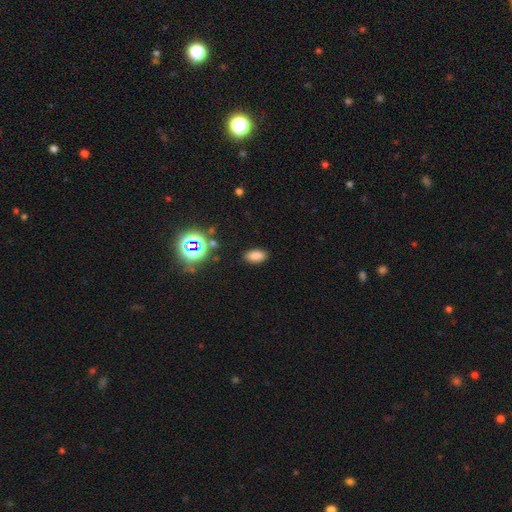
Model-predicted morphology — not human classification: This is likely a smooth galaxy (78%). How rounded: clearly in between (91%). Merging: clearly none (87%).